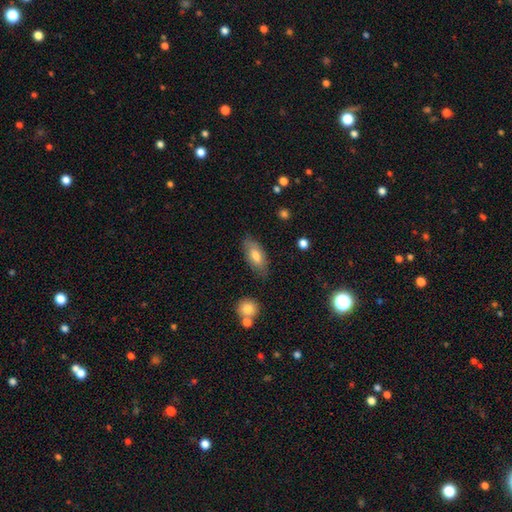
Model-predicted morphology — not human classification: This appears to be a smooth galaxy with no disk features (74%) that is in between round and cigar-shaped (86%). Merging: none (77%).